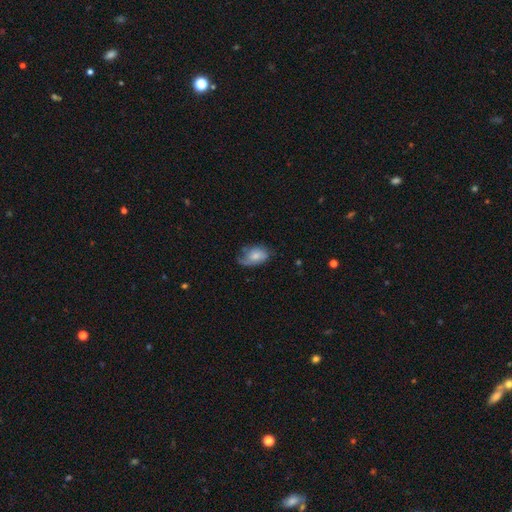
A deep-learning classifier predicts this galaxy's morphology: Q: Smooth or featured?
A: smooth (53%); runner-up: featured or disk (39%)
Q: How rounded?
A: in between (88%); runner-up: round (10%)
Q: Merging?
A: none (44%); runner-up: minor disturbance (33%)